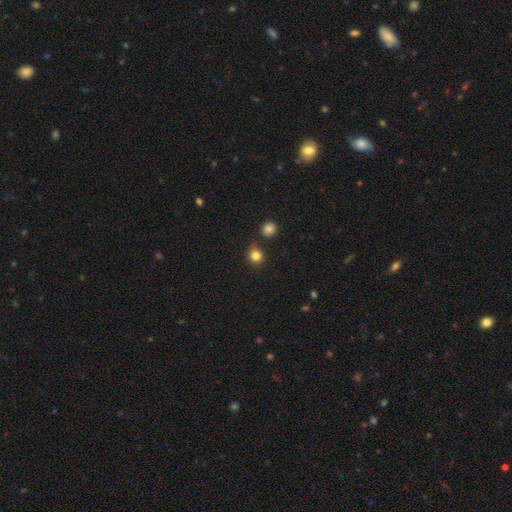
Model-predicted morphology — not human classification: Smooth or featured? Predicted: smooth (p=0.83). How rounded? Predicted: round (p=0.86). Merging? Predicted: none (p=0.79).